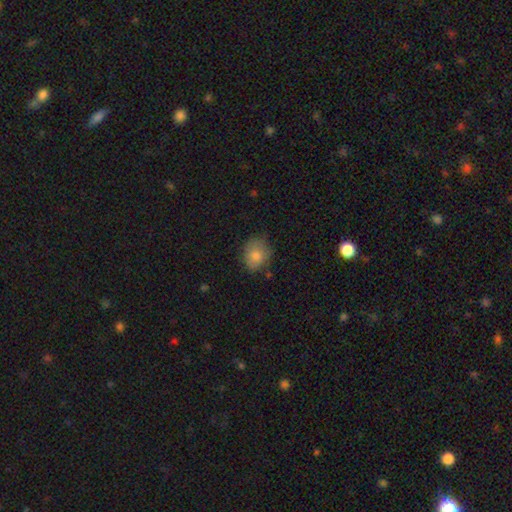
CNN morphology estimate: A smooth galaxy with no disk features (78%) that is round (59%).

Vote fractions:
- Smooth or featured? smooth: 78% / featured or disk: 13% / star or artifact: 9%
- How rounded? round: 59% / in between: 40% / cigar-shaped: 1%
- Merging? none: 70% / minor disturbance: 22% / major disturbance: 6% / merger: 2%